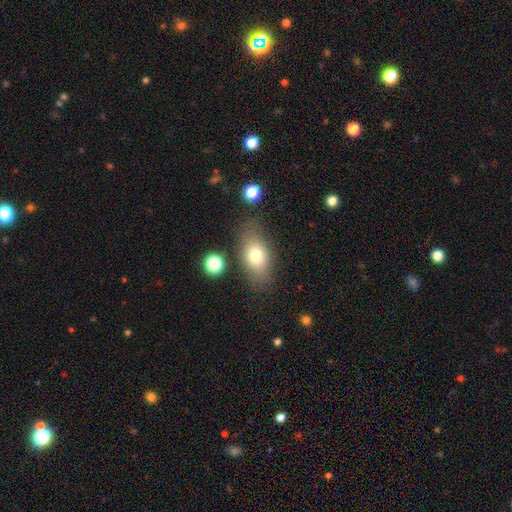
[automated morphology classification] Overall: smooth (73%). How rounded: in between (82%). Merging: none (72%).